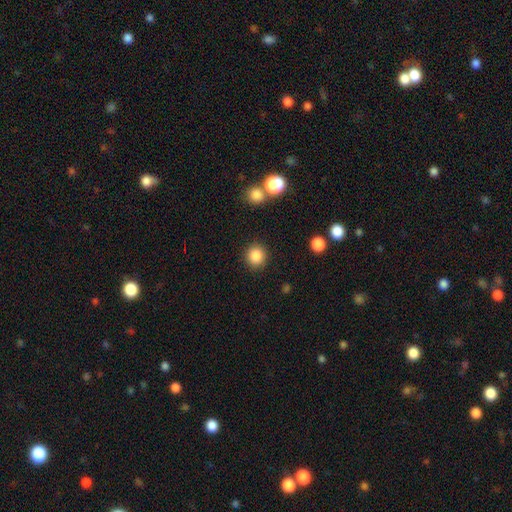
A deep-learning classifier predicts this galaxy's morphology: This appears to be a smooth galaxy with no disk features (86%) that is round (89%). Merging: none (89%).